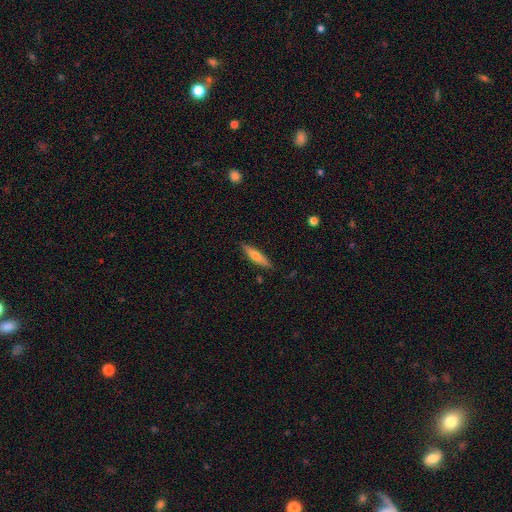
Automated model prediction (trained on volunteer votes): Smooth or featured? Predicted: smooth (p=0.61). How rounded? Predicted: cigar-shaped (p=0.80). Merging? Predicted: none (p=0.87).